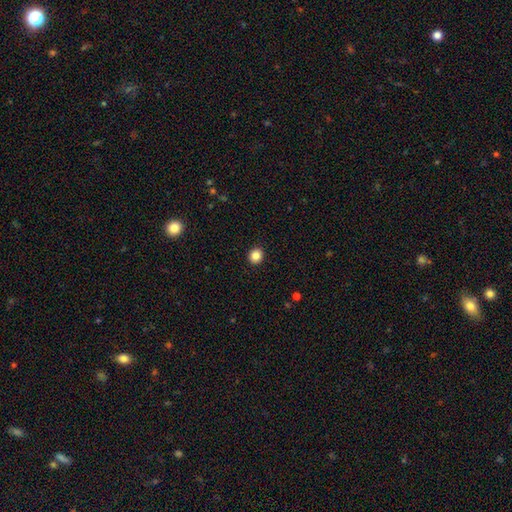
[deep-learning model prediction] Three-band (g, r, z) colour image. It shows a smooth galaxy with no disk features (85%) that is round (86%). Merging: none (93%).